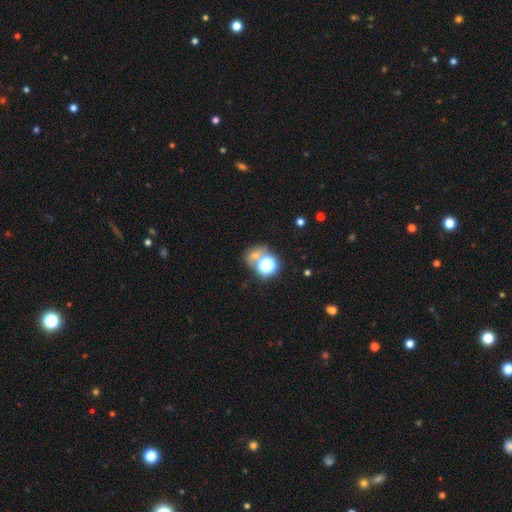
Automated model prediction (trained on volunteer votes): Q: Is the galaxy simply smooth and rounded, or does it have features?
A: star or artifact — 52%.